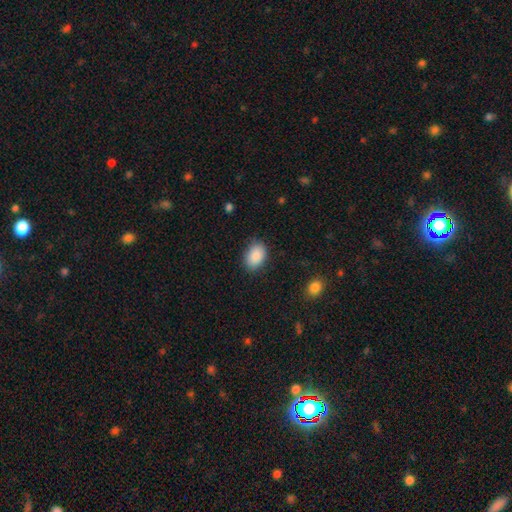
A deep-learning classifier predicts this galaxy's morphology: smooth_or_featured: smooth (p=0.89) [alt: star or artifact p=0.07]
how_rounded: in between (p=0.83) [alt: round p=0.16]
merging: none (p=0.84) [alt: minor disturbance p=0.12]